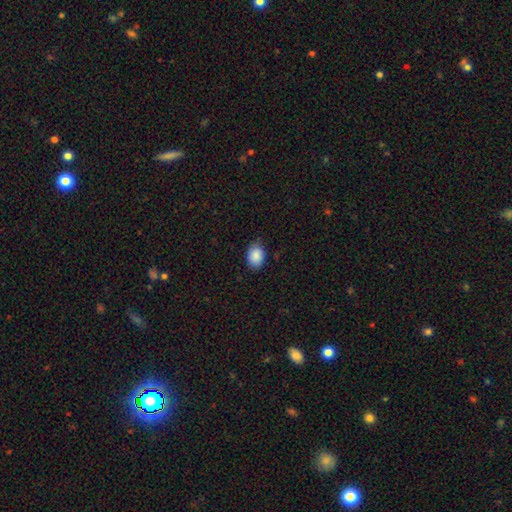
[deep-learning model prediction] A smooth galaxy with no disk features (88%) that is in between round and cigar-shaped (76%). Merging: none (77%).